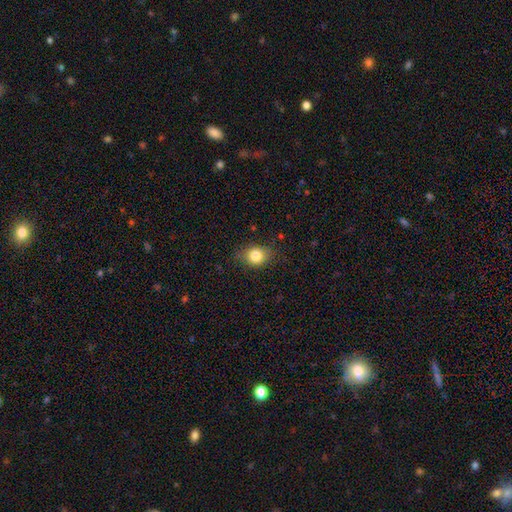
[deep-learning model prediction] Smooth or featured?
  - smooth: 82% *
  - star or artifact: 10%
  - featured or disk: 8%
How rounded?
  - round: 54% *
  - in between: 45%
  - cigar-shaped: 1%
Merging?
  - none: 79% *
  - minor disturbance: 16%
  - major disturbance: 4%
  - merger: 1%